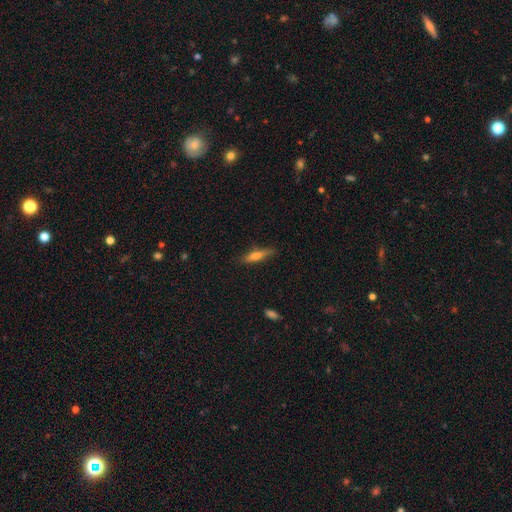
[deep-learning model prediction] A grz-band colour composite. It shows a smooth galaxy with no disk features (60%) that is cigar-shaped (77%). Merging: none (80%).